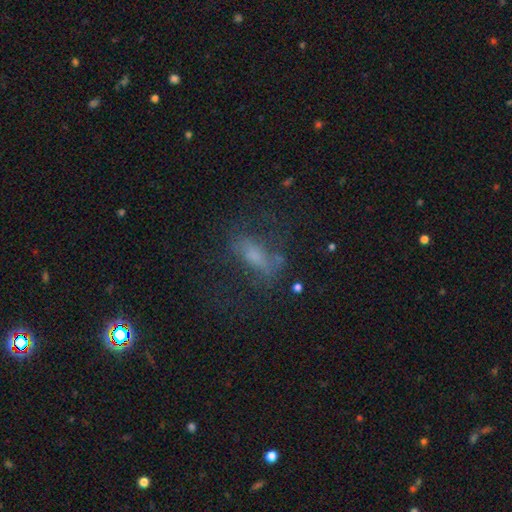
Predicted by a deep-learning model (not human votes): Smooth or featured?
  - featured or disk: 40% * (tied)
  - smooth: 40% * (tied)
  - star or artifact: 20%
Merging?
  - none: 53% *
  - major disturbance: 23%
  - minor disturbance: 20%
  - merger: 3%